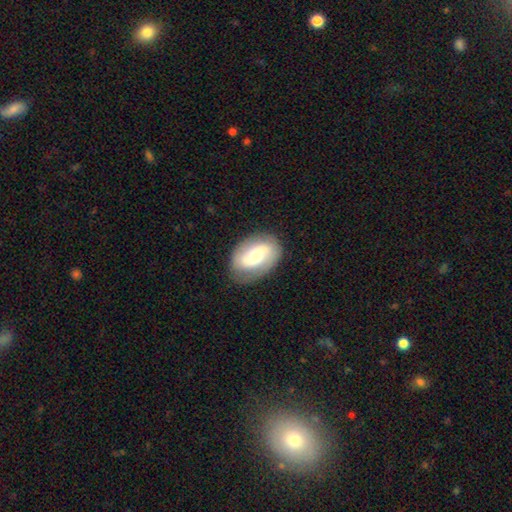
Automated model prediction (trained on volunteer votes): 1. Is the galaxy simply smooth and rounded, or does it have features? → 63% featured or disk, 31% smooth, 7% star or artifact.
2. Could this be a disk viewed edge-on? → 96% no, 4% yes.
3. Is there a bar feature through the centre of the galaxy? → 41% no, 37% weak, 22% strong.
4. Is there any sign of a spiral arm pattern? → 84% yes, 16% no.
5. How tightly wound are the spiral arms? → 40% medium, 34% tight, 26% loose.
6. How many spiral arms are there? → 82% 2, 10% can't tell, 4% 1, 2% 3, 1% 4, 1% more than 4.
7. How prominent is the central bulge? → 54% moderate, 34% small, 9% large, 2% none, 2% dominant.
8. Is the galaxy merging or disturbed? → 80% none, 15% minor disturbance, 5% major disturbance, 1% merger.